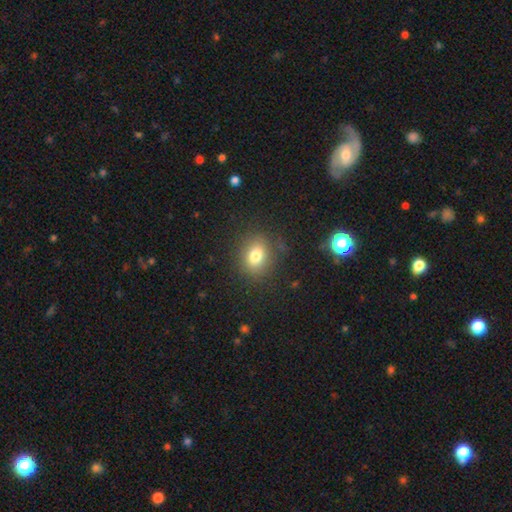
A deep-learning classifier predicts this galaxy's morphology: Overall: smooth (77%). How rounded: round (56%; in between 43%). Merging: none (84%).